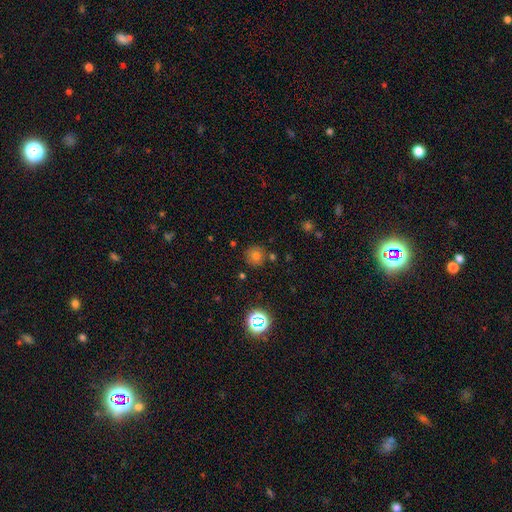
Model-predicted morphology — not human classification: type=smooth (70%); roundness=round (93%); merging=none (82%).